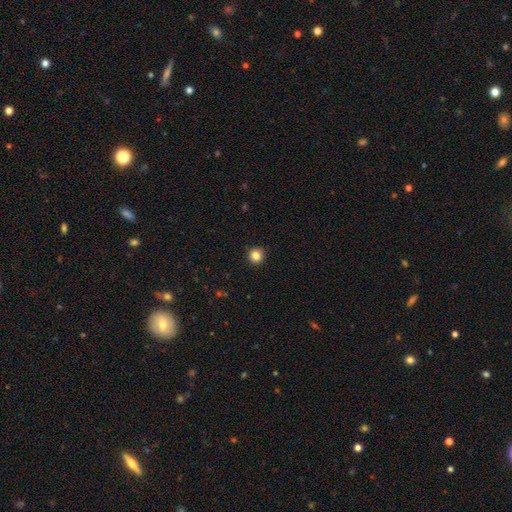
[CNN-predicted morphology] A smooth galaxy with no disk features (83%) that is round (94%). Merging: none (90%).